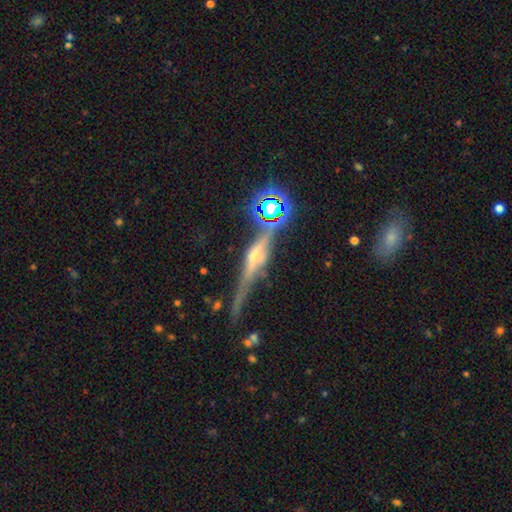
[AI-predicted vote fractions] smooth-or-featured: featured or disk: 79% | star or artifact: 12% | smooth: 9%
  disk-edge-on: yes: 96% | no: 4%
    edge-on-bulge: rounded: 86% | boxy: 10% | none: 4%
  merging: none: 76% | minor disturbance: 15% | major disturbance: 5% | merger: 4%